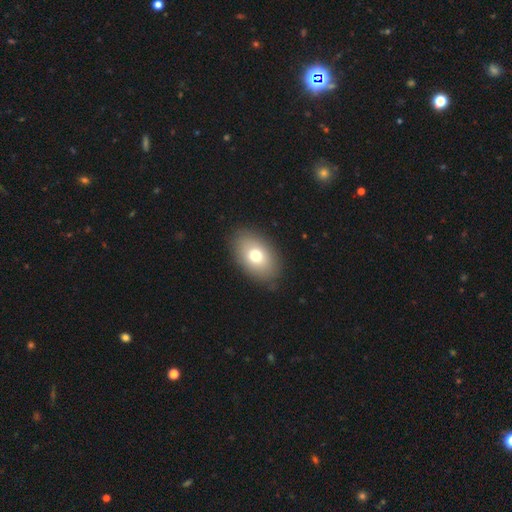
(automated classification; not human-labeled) This appears to be a smooth galaxy with no disk features (73%) that is in between round and cigar-shaped (88%). Merging: none (86%).